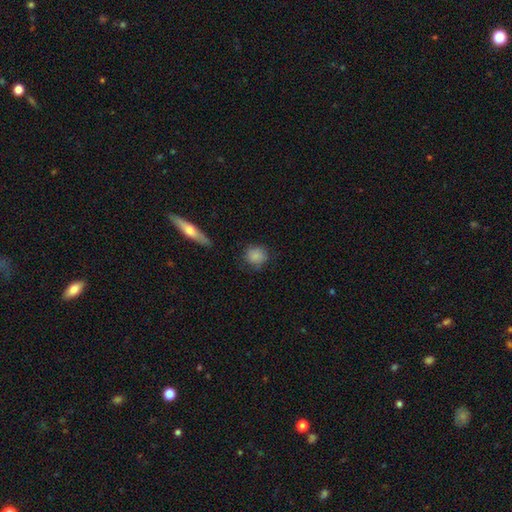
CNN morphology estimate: smooth 82%, featured or disk 9%, star or artifact 8%. Down the decision tree: how rounded — round (81%); merging — none (72%).